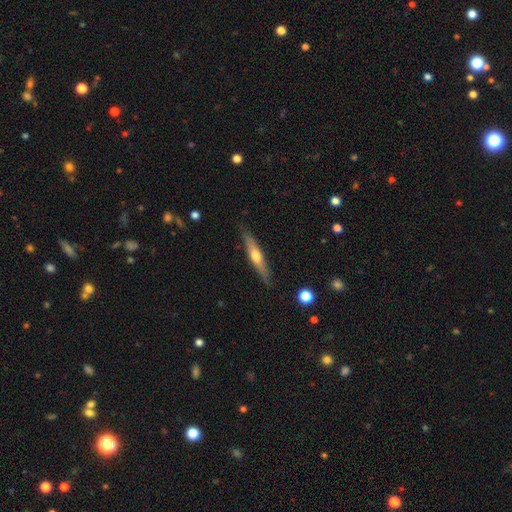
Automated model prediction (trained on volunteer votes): Morphology: type=featured or disk (55%); edge-on=yes (94%); edge-on bulge=rounded (88%); merging=none (86%).